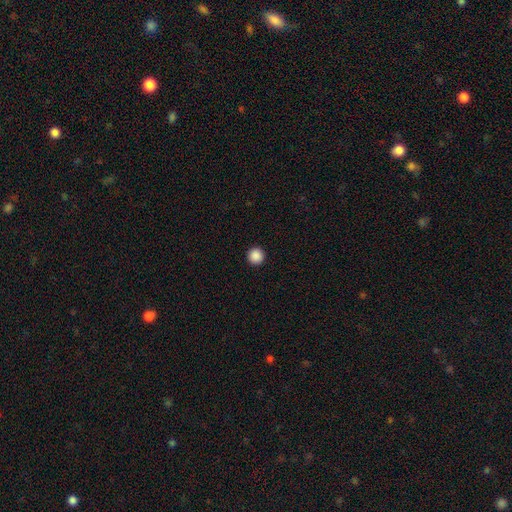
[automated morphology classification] Smooth or featured?
  - smooth: 89% *
  - star or artifact: 9%
  - featured or disk: 2%
How rounded?
  - round: 96% *
  - in between: 3%
  - cigar-shaped: 1%
Merging?
  - none: 94% *
  - minor disturbance: 4%
  - major disturbance: 1%
  - merger: 1%